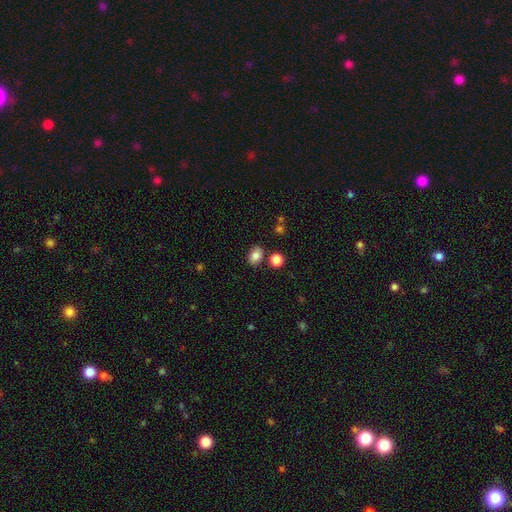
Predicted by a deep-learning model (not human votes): A smooth galaxy with no disk features (82%) that is in between round and cigar-shaped (70%). Merging: none (80%).